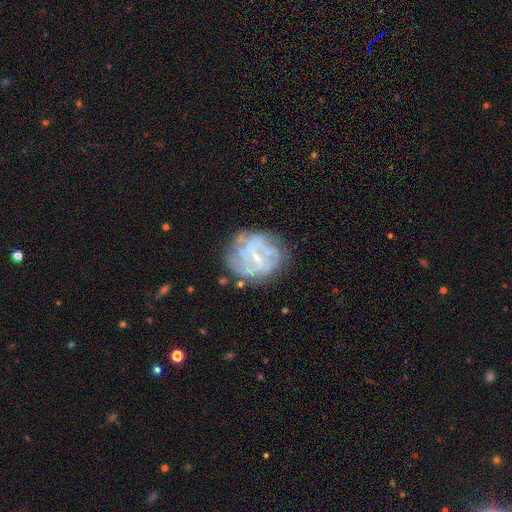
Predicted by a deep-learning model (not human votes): The model was most divided on "spiral winding": tight: 47%, medium: 35%, loose: 19%. Remaining: edge-on disk — no (98%); smooth or featured — featured or disk (76%); spiral arms — yes (69%); merging — none (65%); bulge size — small (57%); bar — weak (52%); spiral arm count — can't tell (50%).